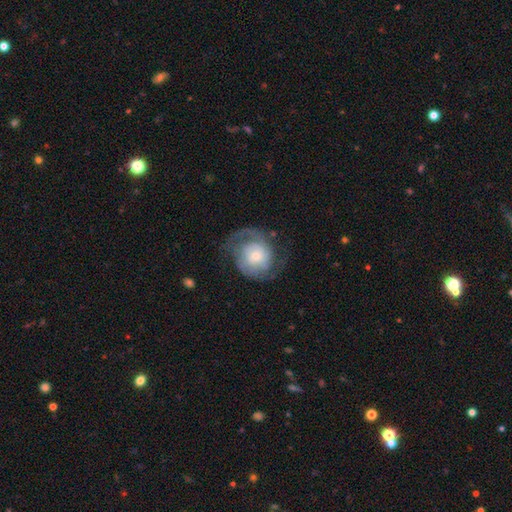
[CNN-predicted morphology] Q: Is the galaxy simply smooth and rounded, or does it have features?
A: featured or disk — 74%.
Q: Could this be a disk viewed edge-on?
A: no — 98%.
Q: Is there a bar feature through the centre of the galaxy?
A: no — 72%.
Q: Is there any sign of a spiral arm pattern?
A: yes — 90%.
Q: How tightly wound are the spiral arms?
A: medium — 41%.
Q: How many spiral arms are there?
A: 2 — 73%.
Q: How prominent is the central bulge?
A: small — 58%.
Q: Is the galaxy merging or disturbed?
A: none — 63%.